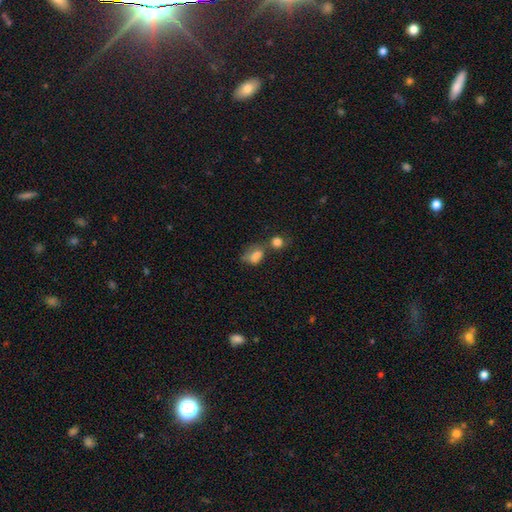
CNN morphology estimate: Q: Smooth or featured?
A: smooth (75%); runner-up: featured or disk (13%)
Q: How rounded?
A: in between (73%); runner-up: round (25%)
Q: Merging?
A: merger (38%); runner-up: none (27%)